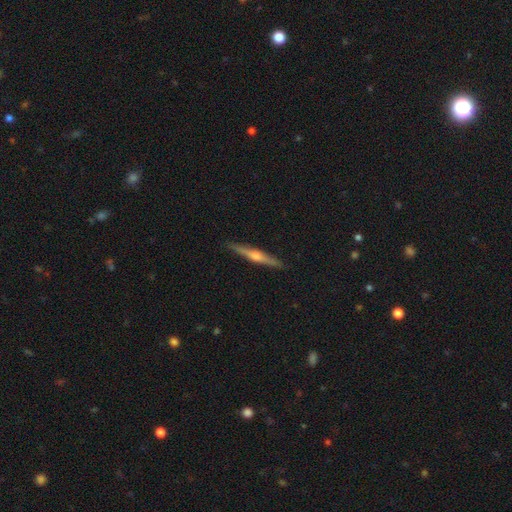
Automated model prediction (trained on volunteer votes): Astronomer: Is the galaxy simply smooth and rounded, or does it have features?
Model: featured or disk — 74%.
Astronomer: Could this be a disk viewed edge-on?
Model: yes — 98%.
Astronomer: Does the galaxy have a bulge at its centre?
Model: rounded — 85%.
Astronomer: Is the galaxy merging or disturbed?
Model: none — 92%.